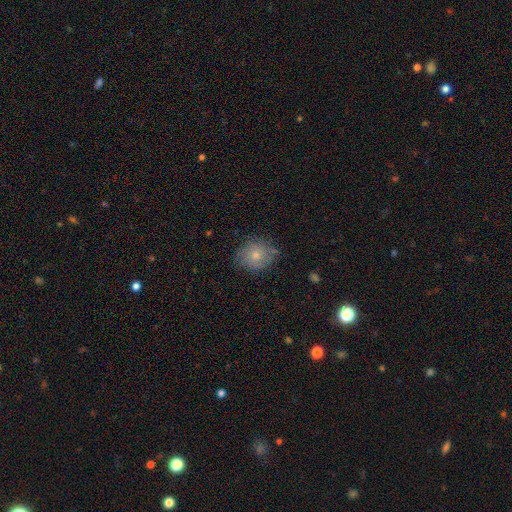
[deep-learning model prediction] Smooth or featured: smooth — 57% (featured or disk — 27%)
How rounded: round — 73% (in between — 26%)
Merging: none — 79% (minor disturbance — 16%)